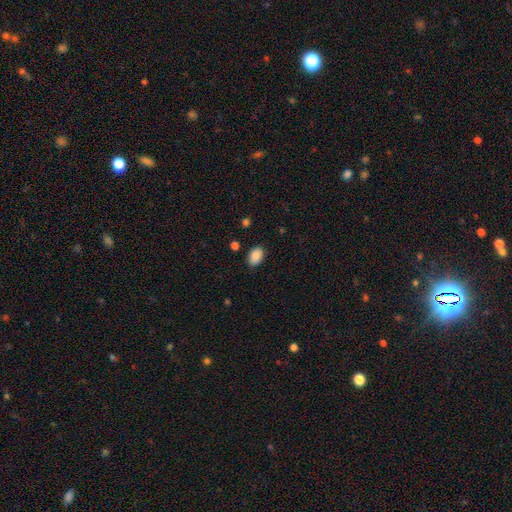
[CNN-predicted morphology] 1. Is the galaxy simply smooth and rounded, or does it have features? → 88% smooth, 8% star or artifact, 5% featured or disk.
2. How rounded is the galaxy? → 85% in between, 14% round, 1% cigar-shaped.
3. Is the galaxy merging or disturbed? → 85% none, 11% minor disturbance, 3% major disturbance, 2% merger.